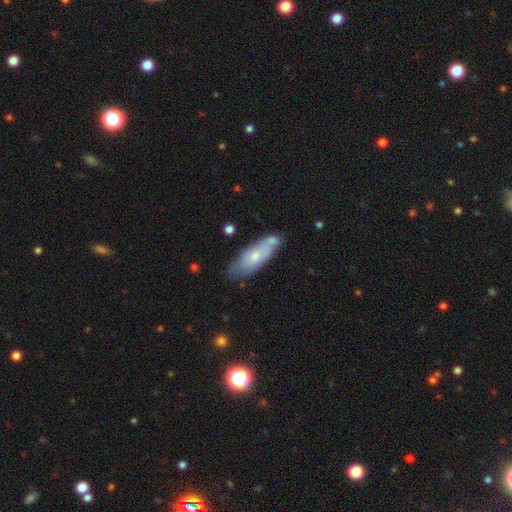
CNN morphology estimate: A smooth galaxy with no disk features (57%) that is in between round and cigar-shaped (62%). Merging: none (56%).